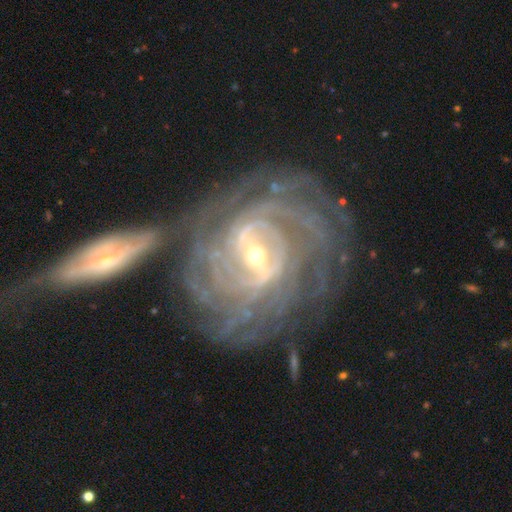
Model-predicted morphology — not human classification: This is clearly a featured or disk galaxy (91%). It is clearly not viewed edge-on (96%). Bar: possibly strong (49%). Spiral arm pattern: clearly yes (97%). Spiral arm count: marginally can't tell (27%). Spiral winding: likely tight (77%). Central bulge: possibly small (56%). Merging: possibly none (51%).